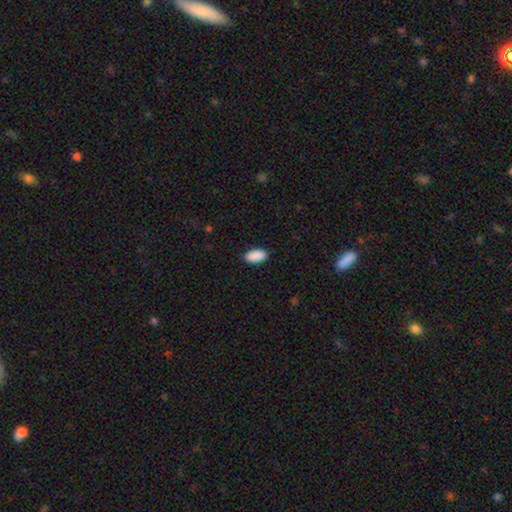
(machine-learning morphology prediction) smooth_or_featured: smooth (p=0.91) [alt: star or artifact p=0.07]
how_rounded: in between (p=0.94) [alt: cigar-shaped p=0.03]
merging: none (p=0.90) [alt: minor disturbance p=0.08]